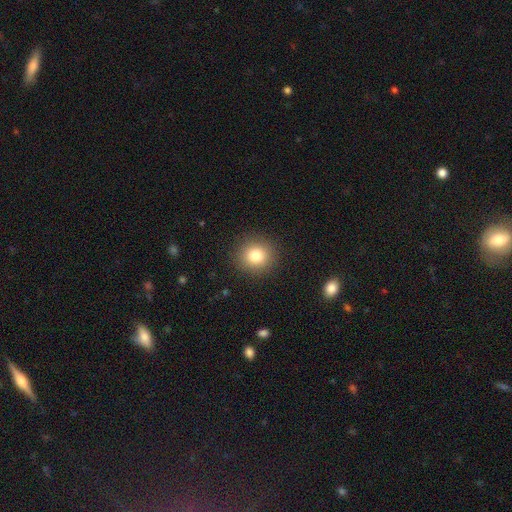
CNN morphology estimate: Smooth or featured? Predicted: smooth (p=0.81). How rounded? Predicted: round (p=0.89). Merging? Predicted: none (p=0.90).